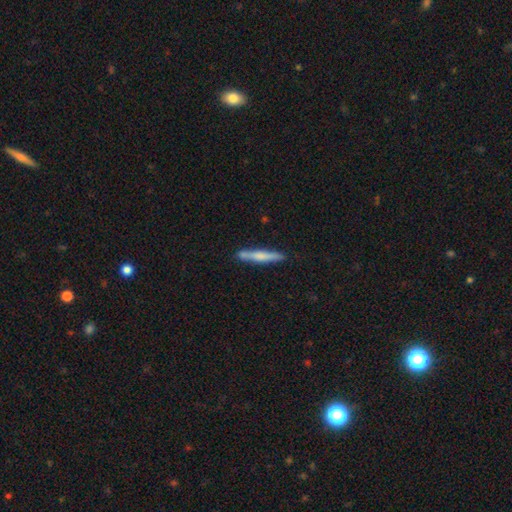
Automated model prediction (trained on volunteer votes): Smooth or featured?
  - smooth: 52% *
  - featured or disk: 43%
  - star or artifact: 6%
How rounded?
  - cigar-shaped: 95% *
  - in between: 4%
  - round: 1%
Merging?
  - none: 85% *
  - minor disturbance: 10%
  - merger: 4%
  - major disturbance: 2%